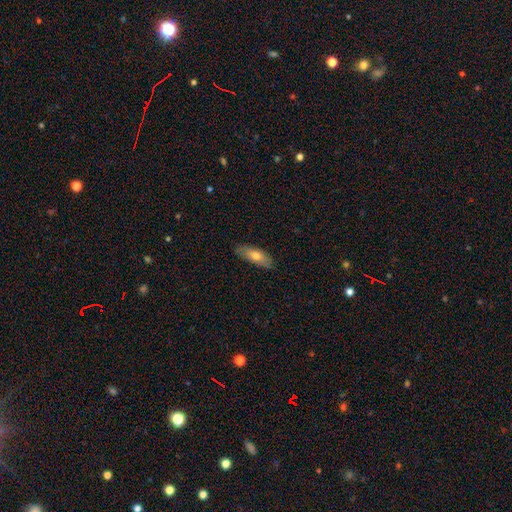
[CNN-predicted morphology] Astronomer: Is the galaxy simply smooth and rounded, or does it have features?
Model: smooth — 71%.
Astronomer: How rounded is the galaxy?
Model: in between — 69%.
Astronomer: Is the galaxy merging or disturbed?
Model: none — 83%.